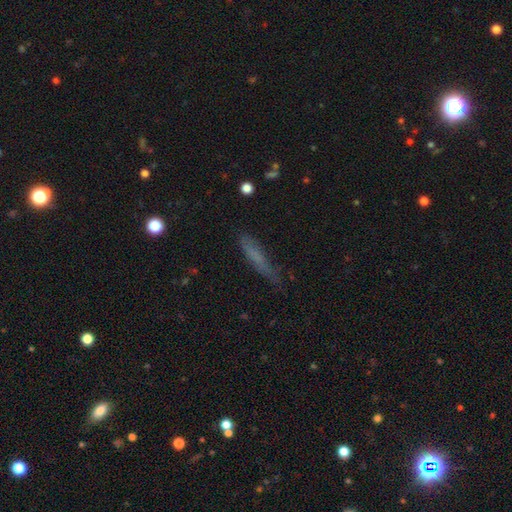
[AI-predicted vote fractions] The model was most divided on "smooth or featured": smooth: 62%, featured or disk: 26%, star or artifact: 12%. More confident: how rounded — cigar-shaped (86%); merging — none (63%).